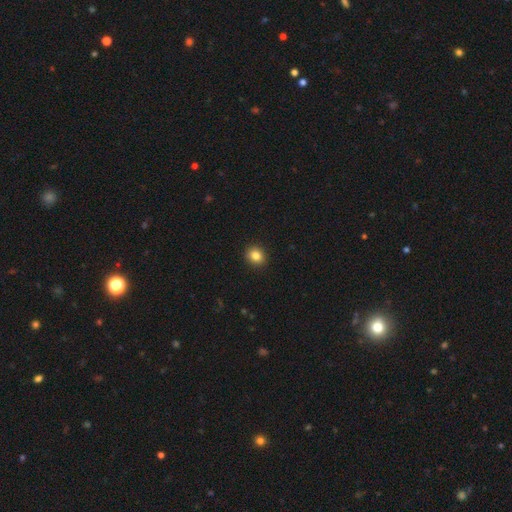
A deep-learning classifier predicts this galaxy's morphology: smooth-or-featured: smooth: 84% | star or artifact: 10% | featured or disk: 5%
  how-rounded: round: 76% | in between: 23% | cigar-shaped: 1%
  merging: none: 92% | minor disturbance: 5% | major disturbance: 2% | merger: 1%